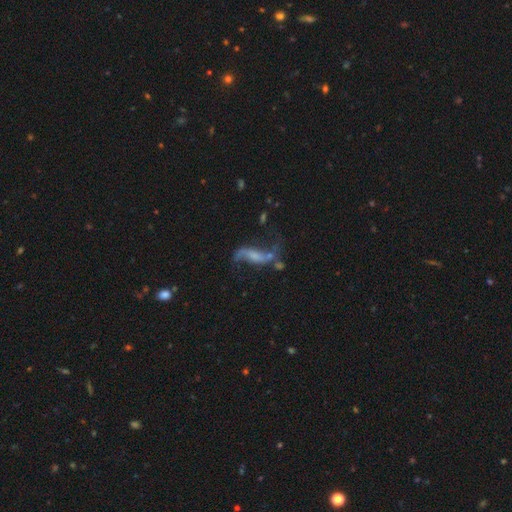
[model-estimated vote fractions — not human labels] Q: Smooth or featured?
A: featured or disk (80%); runner-up: smooth (11%)
Q: Edge-on disk?
A: no (91%); runner-up: yes (9%)
Q: Bar?
A: no (40%); runner-up: weak (36%)
Q: Spiral arms?
A: yes (90%); runner-up: no (10%)
Q: Spiral winding?
A: loose (89%); runner-up: medium (8%)
Q: Spiral arm count?
A: 2 (89%); runner-up: 1 (5%)
Q: Bulge size?
A: small (39%); runner-up: none (34%)
Q: Merging?
A: none (52%); runner-up: minor disturbance (18%)